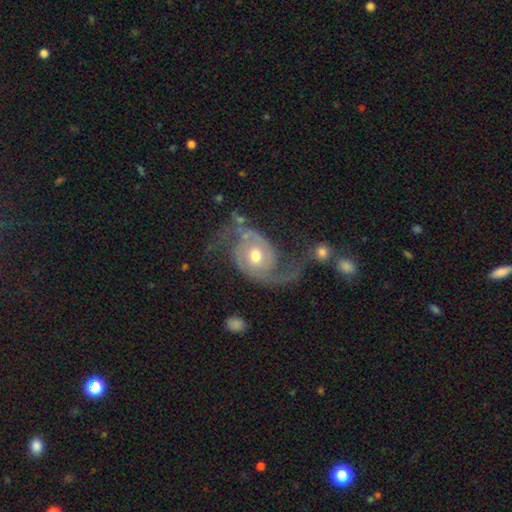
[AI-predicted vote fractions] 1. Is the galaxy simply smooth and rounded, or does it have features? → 89% featured or disk, 7% smooth, 5% star or artifact.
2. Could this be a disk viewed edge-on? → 97% no, 3% yes.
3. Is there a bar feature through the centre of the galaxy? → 65% no, 28% weak, 7% strong.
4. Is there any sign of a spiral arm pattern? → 96% yes, 4% no.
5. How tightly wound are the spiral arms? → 43% loose, 42% medium, 14% tight.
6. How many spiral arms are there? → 93% 2, 2% can't tell, 2% 1, 1% 3, 1% 4, 1% more than 4.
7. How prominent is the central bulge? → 74% moderate, 15% small, 8% large, 1% dominant, 1% none.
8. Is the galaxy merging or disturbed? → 57% none, 19% major disturbance, 18% minor disturbance, 7% merger.